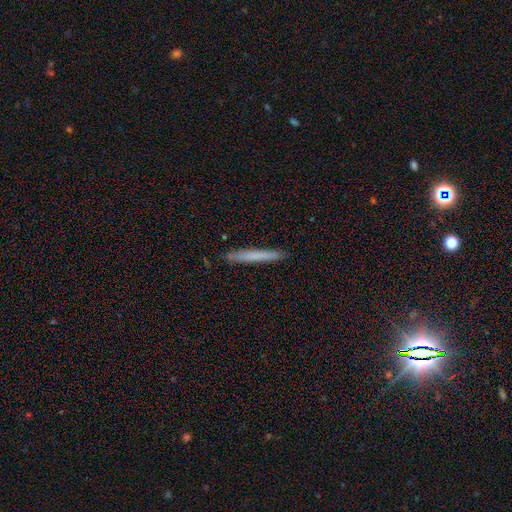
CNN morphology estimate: This is likely a smooth galaxy (70%). How rounded: clearly cigar-shaped (97%). Merging: clearly none (91%).